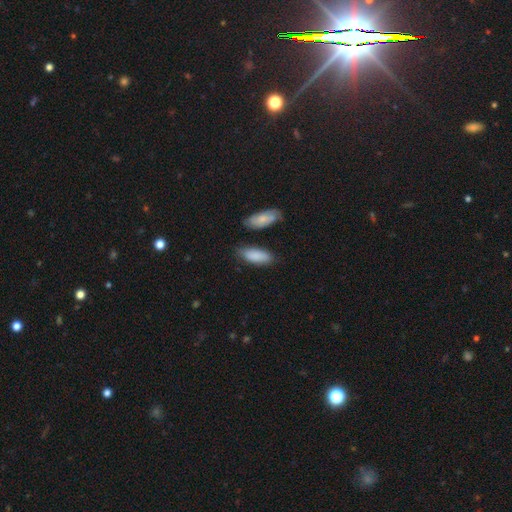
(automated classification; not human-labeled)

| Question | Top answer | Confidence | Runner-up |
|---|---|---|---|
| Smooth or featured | smooth | 85% | featured or disk (10%) |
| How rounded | in between | 76% | cigar-shaped (22%) |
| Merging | none | 72% | minor disturbance (17%) |